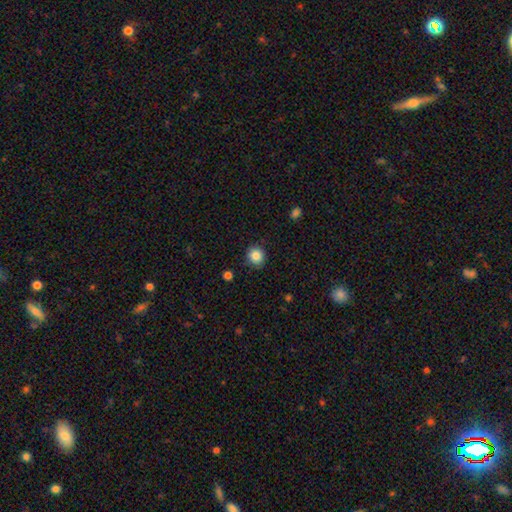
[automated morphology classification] A smooth galaxy with no disk features (86%) that is round (88%).

Vote fractions:
- Smooth or featured? smooth: 86% / star or artifact: 10% / featured or disk: 4%
- How rounded? round: 88% / in between: 11% / cigar-shaped: 1%
- Merging? none: 87% / minor disturbance: 9% / major disturbance: 2% / merger: 1%